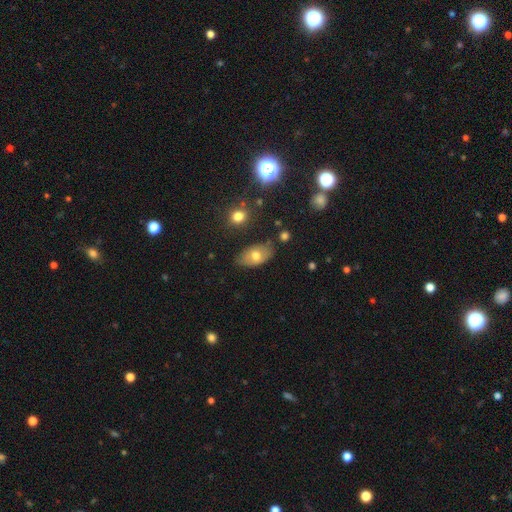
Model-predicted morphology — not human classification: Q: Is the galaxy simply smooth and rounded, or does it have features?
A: smooth — 64%.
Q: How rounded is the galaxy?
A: in between — 91%.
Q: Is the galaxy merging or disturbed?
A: none — 71%.